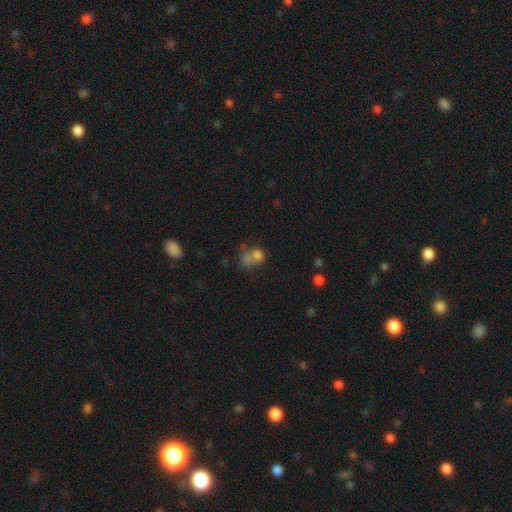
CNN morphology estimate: Overall: smooth (70%). How rounded: round (65%; in between 33%). Merging: merger (52%; none 29%).